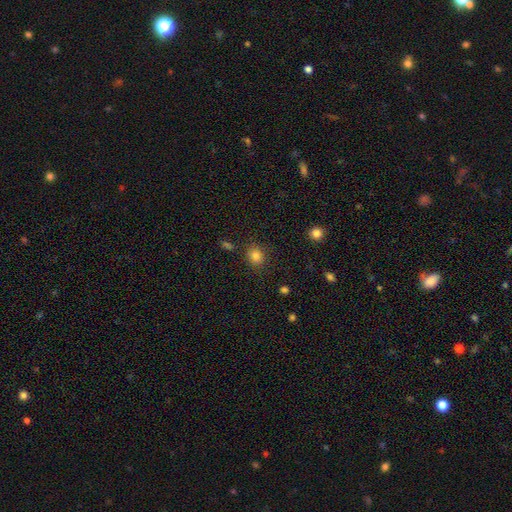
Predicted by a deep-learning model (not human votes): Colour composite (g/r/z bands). It shows a smooth galaxy with no disk features (83%) that is round (73%). Merging: none (84%).